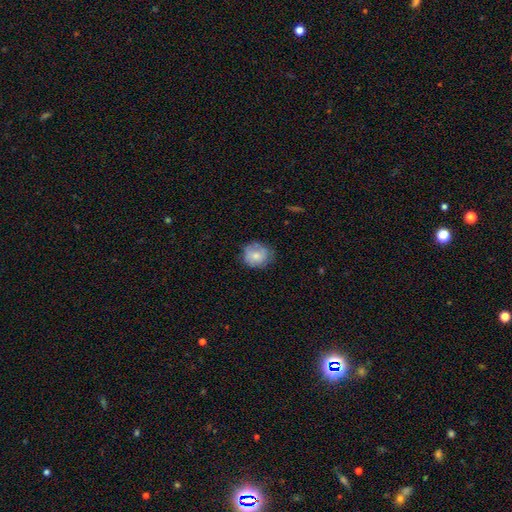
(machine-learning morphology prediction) smooth-or-featured: smooth: 71% | featured or disk: 22% | star or artifact: 8%
  how-rounded: round: 78% | in between: 21% | cigar-shaped: 1%
  merging: none: 66% | minor disturbance: 25% | major disturbance: 8% | merger: 1%